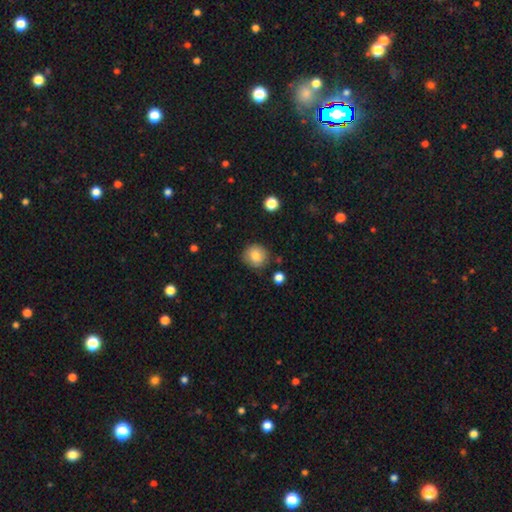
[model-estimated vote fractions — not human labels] A smooth galaxy with no disk features (82%) that is round (90%). Merging: none (84%).